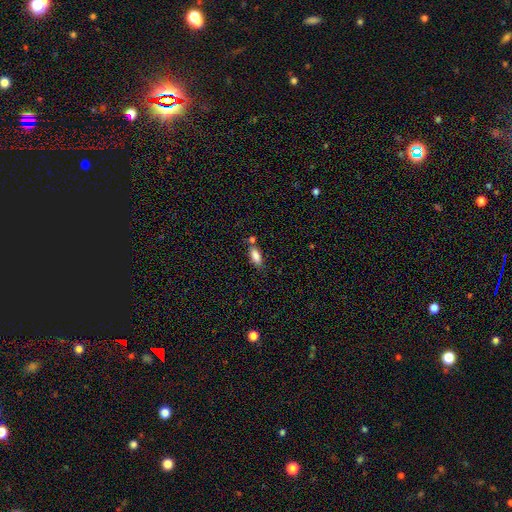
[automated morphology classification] A smooth galaxy with no disk features (85%) that is in between round and cigar-shaped (80%).

Vote fractions:
- Smooth or featured? smooth: 85% / star or artifact: 8% / featured or disk: 7%
- How rounded? in between: 80% / cigar-shaped: 18% / round: 3%
- Merging? none: 64% / merger: 16% / minor disturbance: 16% / major disturbance: 4%